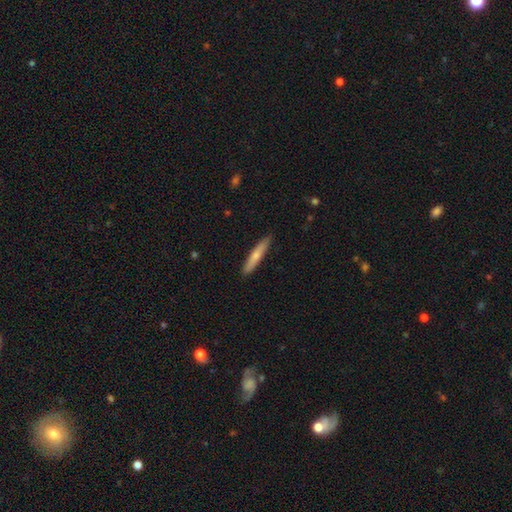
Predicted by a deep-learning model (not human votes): A smooth galaxy with no disk features (66%) that is cigar-shaped (91%).

Vote fractions:
- Smooth or featured? smooth: 66% / featured or disk: 28% / star or artifact: 5%
- How rounded? cigar-shaped: 91% / in between: 7% / round: 1%
- Merging? none: 88% / minor disturbance: 9% / major disturbance: 2% / merger: 1%